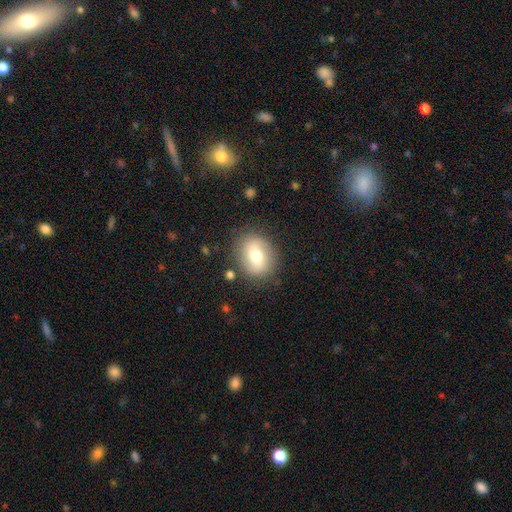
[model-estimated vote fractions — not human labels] smooth-or-featured: smooth: 67% | featured or disk: 25% | star or artifact: 8%
  how-rounded: in between: 51% | round: 48% | cigar-shaped: 1%
  merging: none: 82% | minor disturbance: 12% | major disturbance: 4% | merger: 2%